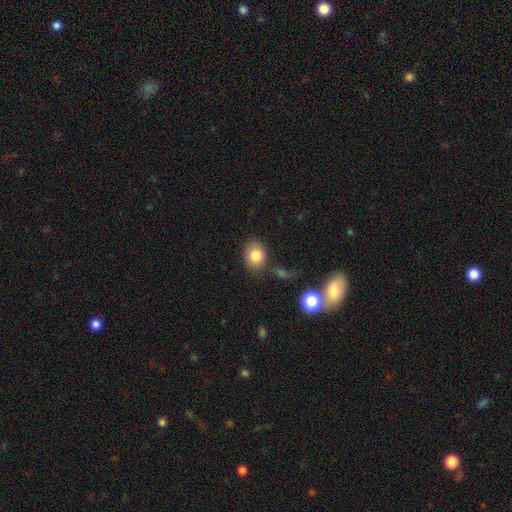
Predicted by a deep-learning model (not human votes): Smooth or featured? smooth (82%)
How rounded? in between (51%)
Merging? none (78%)